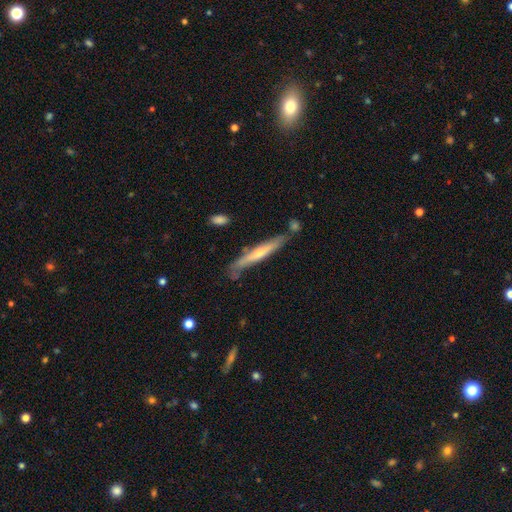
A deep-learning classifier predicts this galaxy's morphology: smooth_or_featured: featured or disk (p=0.67) [alt: smooth p=0.26]
disk_edge_on: yes (p=0.91) [alt: no p=0.09]
edge_on_bulge: rounded (p=0.74) [alt: none p=0.22]
merging: none (p=0.76) [alt: minor disturbance p=0.17]